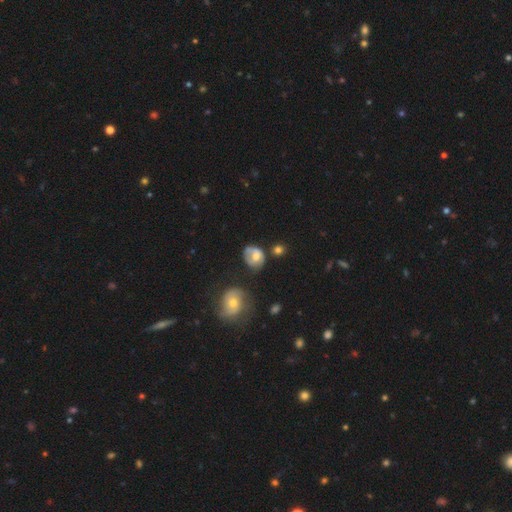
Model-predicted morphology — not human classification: smooth 62%, featured or disk 29%, star or artifact 9%. Down the decision tree: how rounded — round (53%); merging — none (39%).